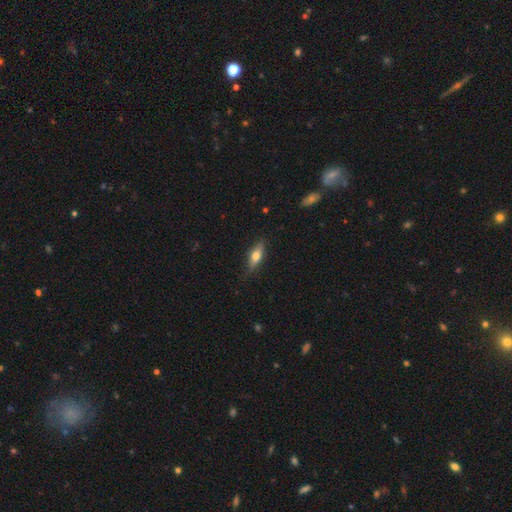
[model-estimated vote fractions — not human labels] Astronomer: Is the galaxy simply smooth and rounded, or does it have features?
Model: smooth — 55% (runner-up: featured or disk, 39%).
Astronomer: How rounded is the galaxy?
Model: in between — 51% (runner-up: cigar-shaped, 46%).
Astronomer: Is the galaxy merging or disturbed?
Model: none — 81%.